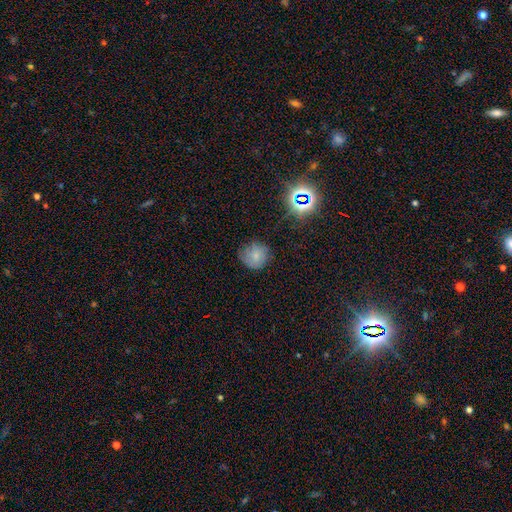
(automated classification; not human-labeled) smooth 65%, star or artifact 18%, featured or disk 17%. Down the decision tree: how rounded — round (86%); merging — none (67%).